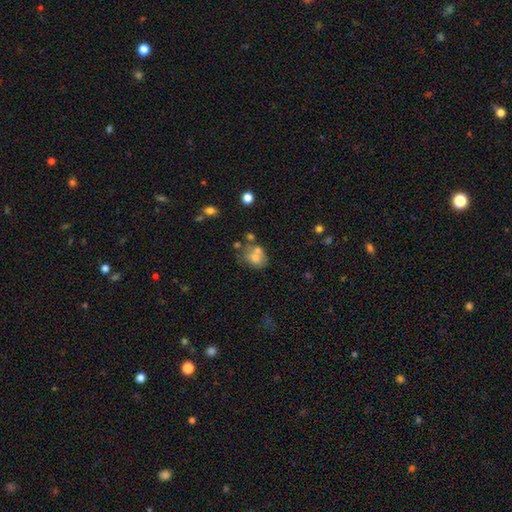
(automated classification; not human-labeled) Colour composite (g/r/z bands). It shows a smooth galaxy with no disk features (67%) that is round (51%). Merging: none (41%).